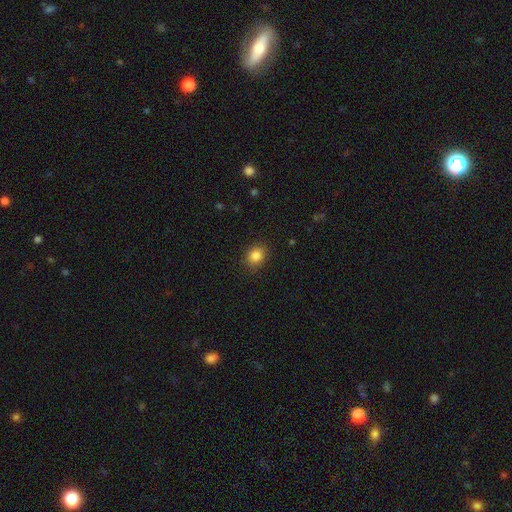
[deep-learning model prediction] The model was most divided on "how rounded": round: 63%, in between: 36%, cigar-shaped: 1%. More confident: merging — none (88%); smooth or featured — smooth (84%).